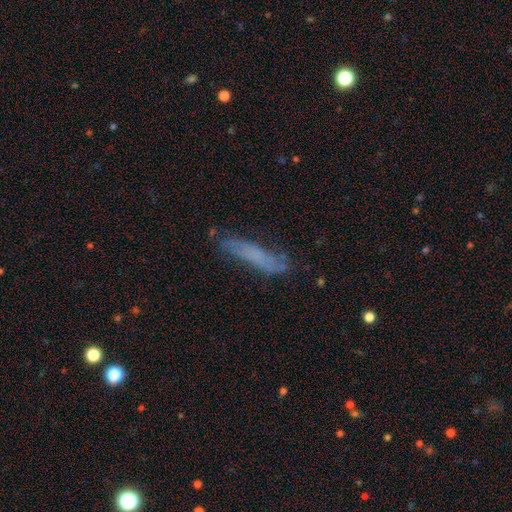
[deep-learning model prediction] smooth-or-featured: smooth: 54% | featured or disk: 36% | star or artifact: 10%
  how-rounded: cigar-shaped: 82% | in between: 16% | round: 2%
  merging: none: 65% | minor disturbance: 24% | major disturbance: 8% | merger: 3%